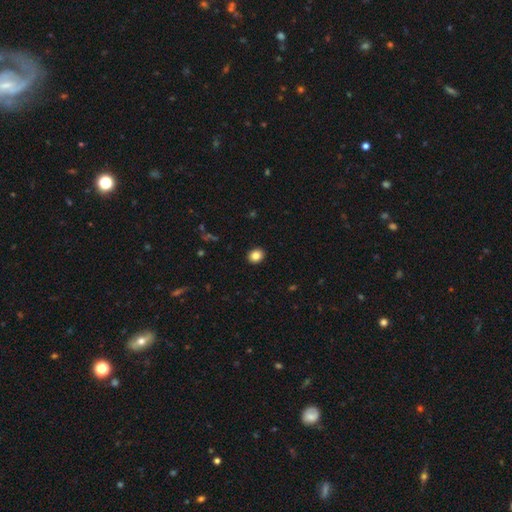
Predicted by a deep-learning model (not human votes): A smooth galaxy with no disk features (84%) that is round (63%). Merging: none (92%).